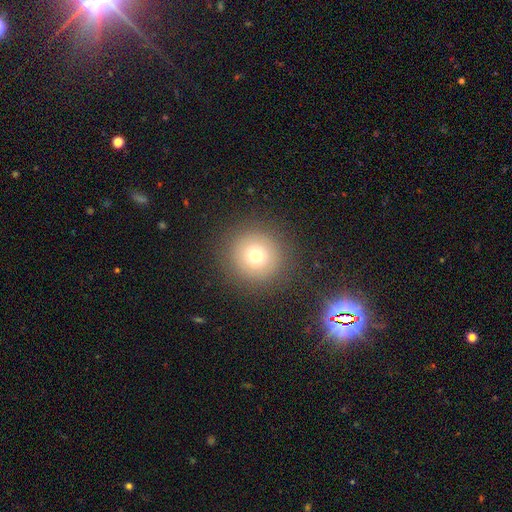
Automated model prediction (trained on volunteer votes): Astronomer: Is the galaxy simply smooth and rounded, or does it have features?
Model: smooth — 71%.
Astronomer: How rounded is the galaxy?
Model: round — 95%.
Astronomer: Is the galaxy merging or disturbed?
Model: none — 88%.